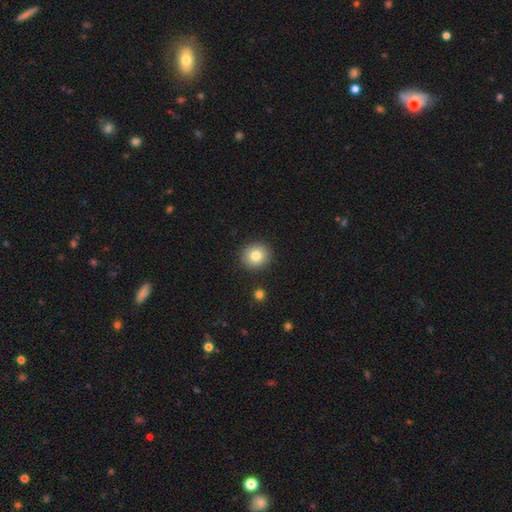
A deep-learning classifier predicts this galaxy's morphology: Smooth or featured: smooth — 80% (star or artifact — 10%)
How rounded: round — 87% (in between — 12%)
Merging: none — 90% (minor disturbance — 6%)